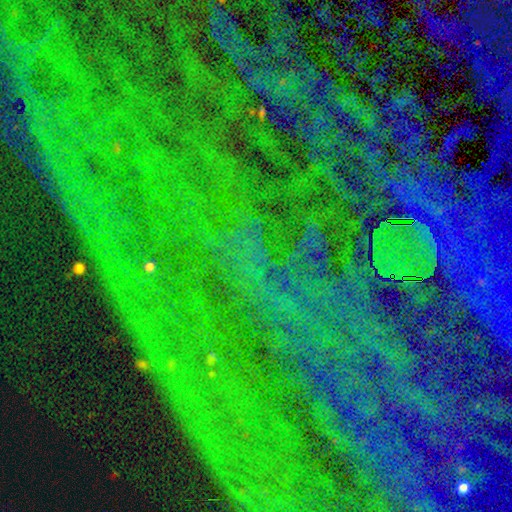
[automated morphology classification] star or artifact 85%, featured or disk 8%, smooth 7%.